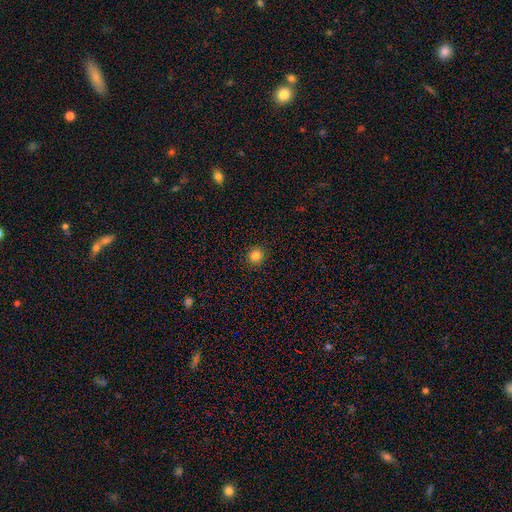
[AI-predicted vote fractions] Morphology: type=smooth (84%); roundness=round (92%); merging=none (92%).